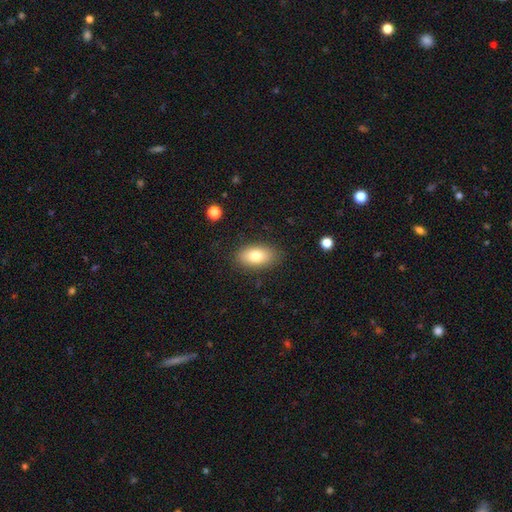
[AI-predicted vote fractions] smooth 77%, featured or disk 15%, star or artifact 8%. Down the decision tree: how rounded — in between (91%); merging — none (85%).